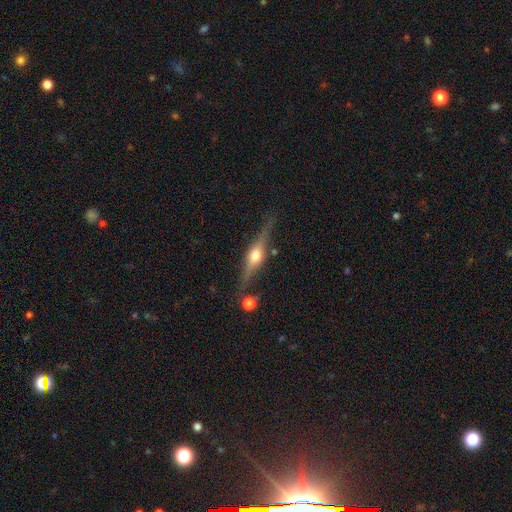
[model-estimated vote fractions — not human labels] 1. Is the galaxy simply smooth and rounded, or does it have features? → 73% featured or disk, 20% smooth, 7% star or artifact.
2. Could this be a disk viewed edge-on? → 96% yes, 4% no.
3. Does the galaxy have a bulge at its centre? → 94% rounded, 4% boxy, 2% none.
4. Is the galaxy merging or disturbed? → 79% none, 13% minor disturbance, 5% merger, 3% major disturbance.